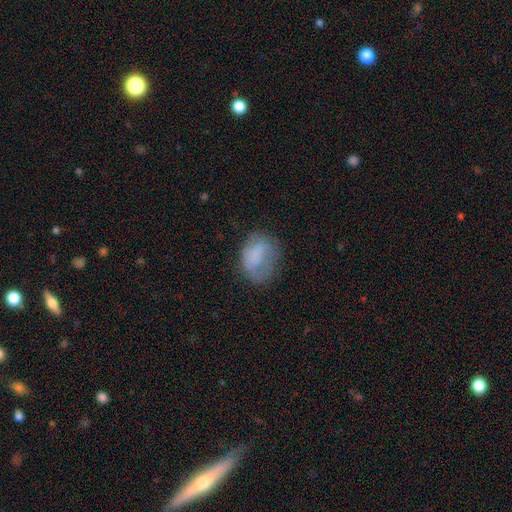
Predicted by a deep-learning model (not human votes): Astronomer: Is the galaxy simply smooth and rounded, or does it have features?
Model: smooth — 68%.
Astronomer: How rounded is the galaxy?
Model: in between — 67%.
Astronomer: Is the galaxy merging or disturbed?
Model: none — 45% (runner-up: minor disturbance, 29%).